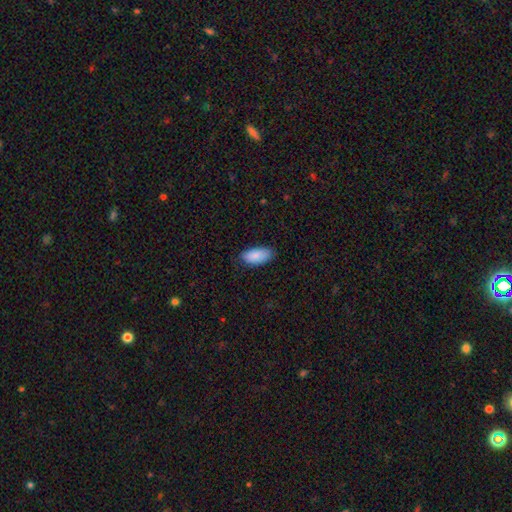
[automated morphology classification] A smooth galaxy with no disk features (87%) that is in between round and cigar-shaped (93%). Merging: none (81%).